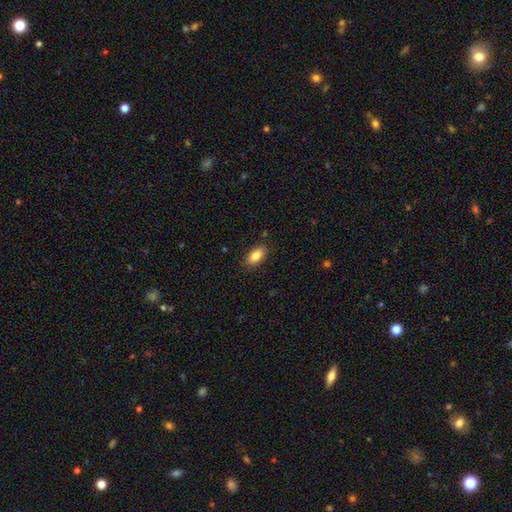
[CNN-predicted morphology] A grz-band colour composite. It shows a smooth galaxy with no disk features (85%) that is in between round and cigar-shaped (90%). Merging: none (87%).